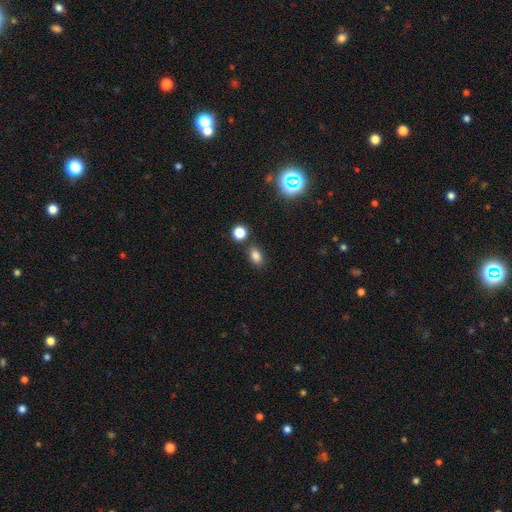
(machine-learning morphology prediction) smooth-or-featured: smooth: 82% | star or artifact: 13% | featured or disk: 5%
  how-rounded: in between: 76% | round: 23% | cigar-shaped: 2%
  merging: none: 76% | minor disturbance: 11% | merger: 9% | major disturbance: 3%